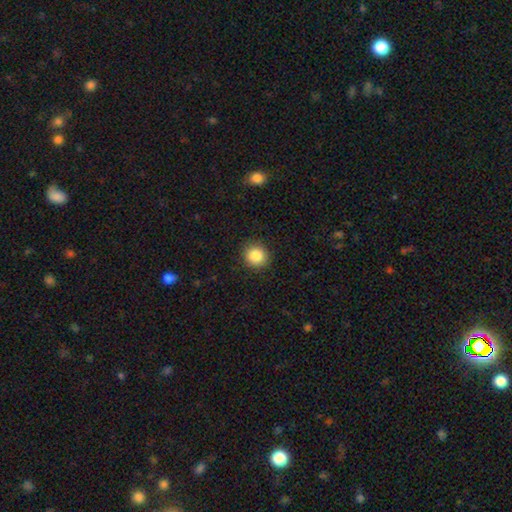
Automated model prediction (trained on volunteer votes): smooth-or-featured: smooth: 86% | star or artifact: 10% | featured or disk: 4%
  how-rounded: round: 91% | in between: 9% | cigar-shaped: 1%
  merging: none: 90% | minor disturbance: 7% | major disturbance: 2% | merger: 1%